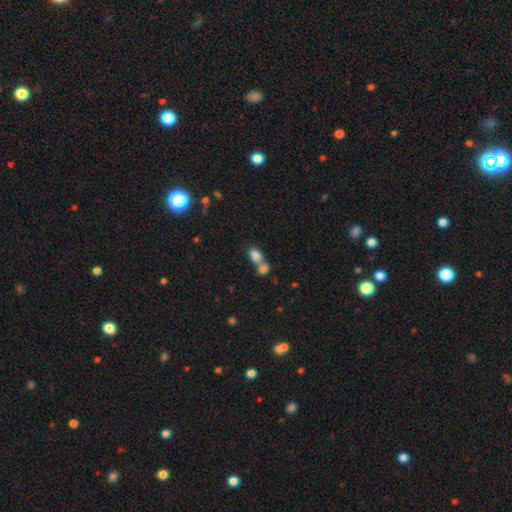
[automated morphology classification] Overall: smooth (81%). How rounded: in between (74%). Merging: merger (64%; none 27%).